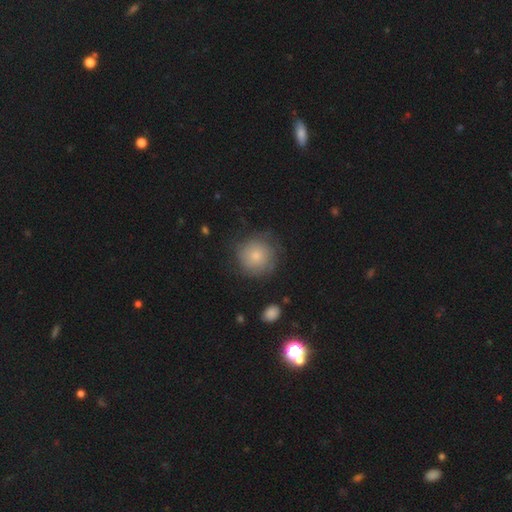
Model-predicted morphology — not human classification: Smooth or featured? smooth (65%)
How rounded? round (93%)
Merging? none (72%)